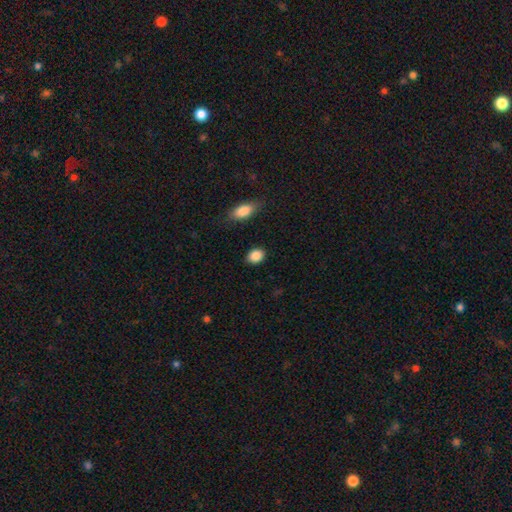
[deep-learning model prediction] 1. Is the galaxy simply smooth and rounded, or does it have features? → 89% smooth, 8% star or artifact, 4% featured or disk.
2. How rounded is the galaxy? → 57% in between, 41% round, 1% cigar-shaped.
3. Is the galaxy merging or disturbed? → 87% none, 8% minor disturbance, 2% major disturbance, 2% merger.